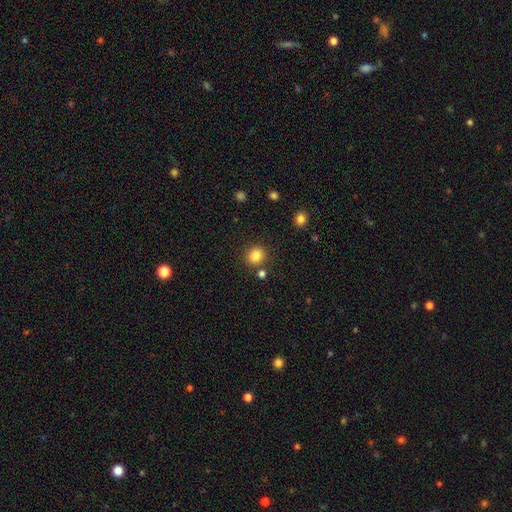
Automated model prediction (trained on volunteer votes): This appears to be a smooth galaxy with no disk features (85%) that is round (86%). Merging: none (84%).